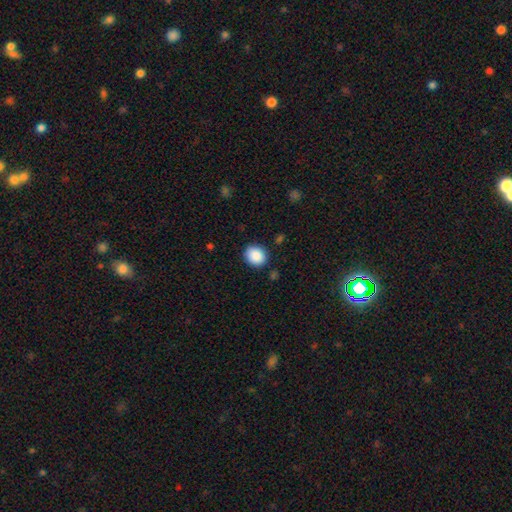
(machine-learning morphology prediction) Smooth or featured?
  - smooth: 89% *
  - star or artifact: 8%
  - featured or disk: 3%
How rounded?
  - round: 75% *
  - in between: 24%
  - cigar-shaped: 1%
Merging?
  - none: 86% *
  - minor disturbance: 9%
  - major disturbance: 3%
  - merger: 2%